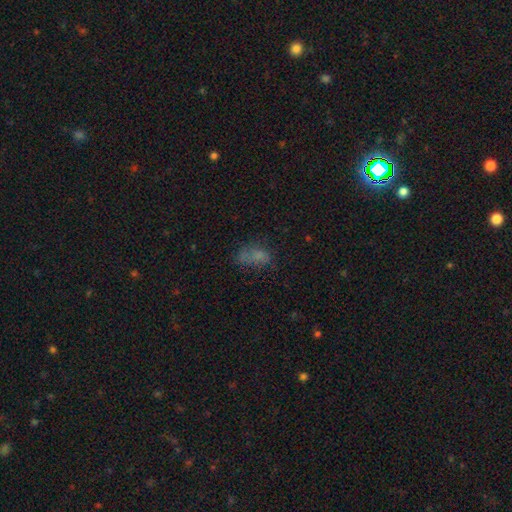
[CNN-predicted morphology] This is likely a smooth galaxy (61%). How rounded: clearly in between (82%). Merging: marginally none (44%).